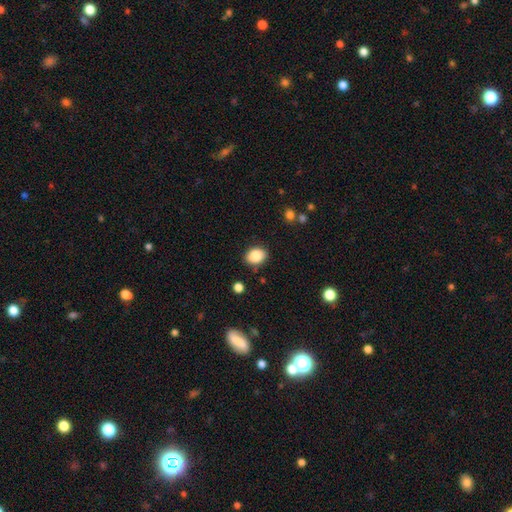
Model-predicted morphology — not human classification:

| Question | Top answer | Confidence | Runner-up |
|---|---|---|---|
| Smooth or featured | smooth | 85% | star or artifact (9%) |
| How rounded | in between | 57% | round (42%) |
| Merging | none | 85% | minor disturbance (10%) |